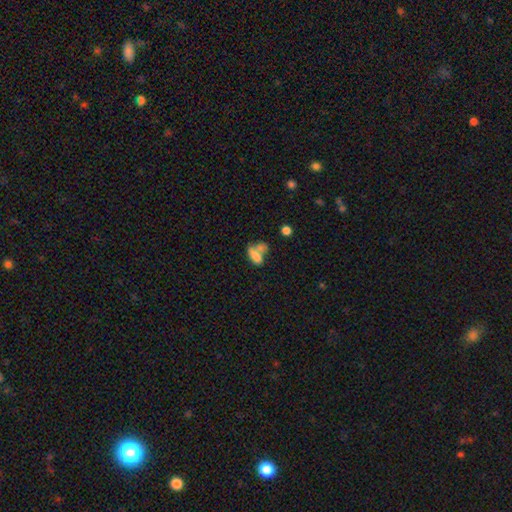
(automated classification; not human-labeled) smooth 69%, featured or disk 20%, star or artifact 11%. Down the decision tree: how rounded — in between (77%); merging — merger (54%).